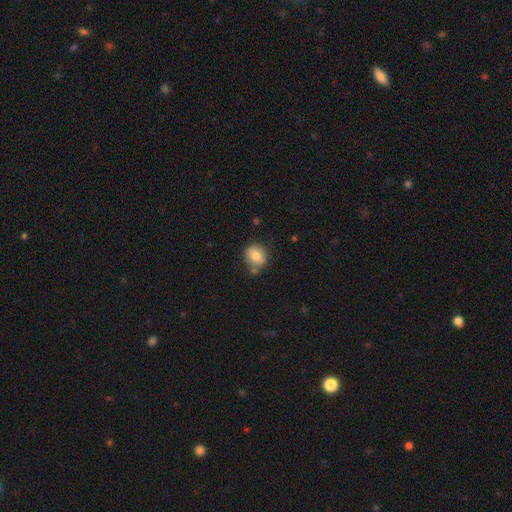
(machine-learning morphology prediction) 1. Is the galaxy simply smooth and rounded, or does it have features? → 78% smooth, 13% featured or disk, 9% star or artifact.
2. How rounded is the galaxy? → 69% round, 30% in between, 1% cigar-shaped.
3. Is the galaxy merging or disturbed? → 68% none, 17% minor disturbance, 11% merger, 4% major disturbance.